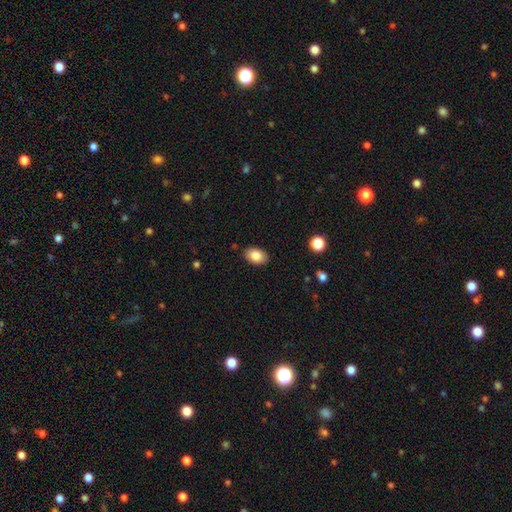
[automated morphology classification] Q: Smooth or featured?
A: smooth (85%); runner-up: featured or disk (8%)
Q: How rounded?
A: in between (88%); runner-up: round (10%)
Q: Merging?
A: none (87%); runner-up: minor disturbance (10%)